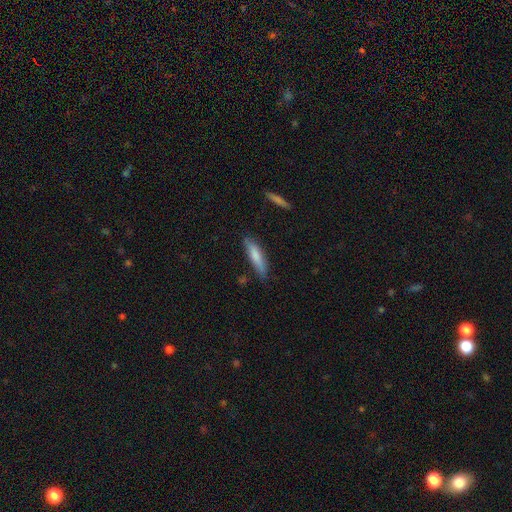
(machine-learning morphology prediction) This is likely a smooth galaxy (76%). How rounded: likely cigar-shaped (78%). Merging: likely none (78%).